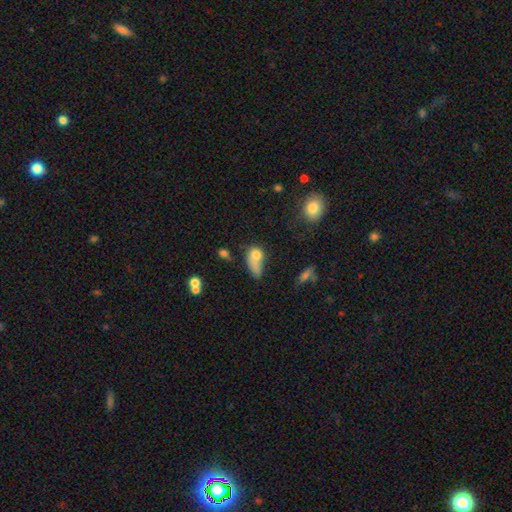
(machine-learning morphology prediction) smooth_or_featured: smooth (p=0.71) [alt: featured or disk p=0.17]
how_rounded: in between (p=0.68) [alt: round p=0.25]
merging: major disturbance (p=0.29) [alt: merger p=0.26]